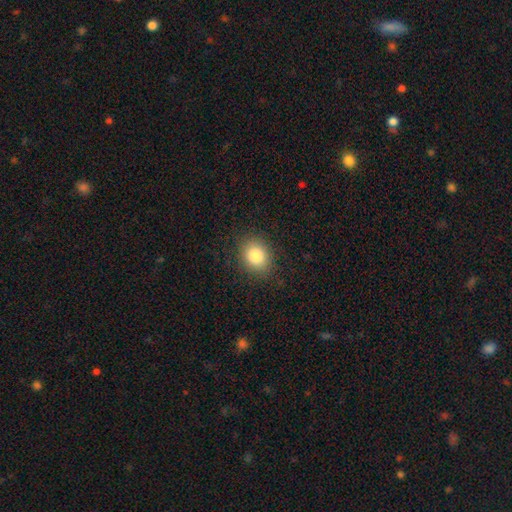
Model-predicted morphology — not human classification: This appears to be a smooth galaxy with no disk features (83%) that is round (58%). Merging: none (88%).